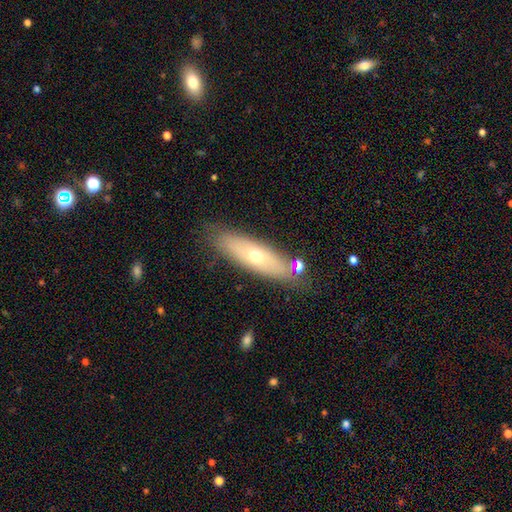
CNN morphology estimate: Overall: smooth (53%; featured or disk 40%). How rounded: cigar-shaped (57%; in between 41%). Merging: none (79%).